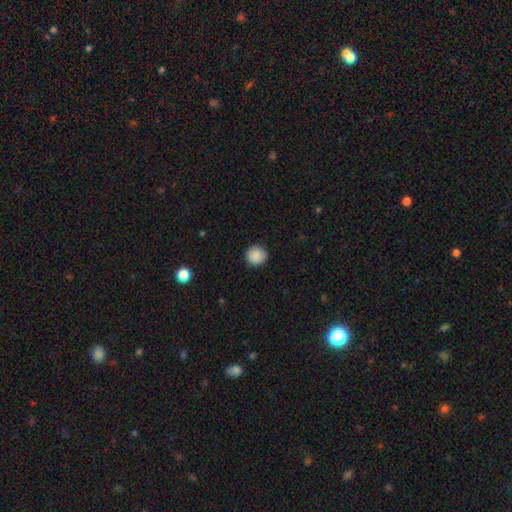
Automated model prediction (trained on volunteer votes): Q: Smooth or featured?
A: smooth (87%); runner-up: star or artifact (9%)
Q: How rounded?
A: round (93%); runner-up: in between (6%)
Q: Merging?
A: none (90%); runner-up: minor disturbance (7%)